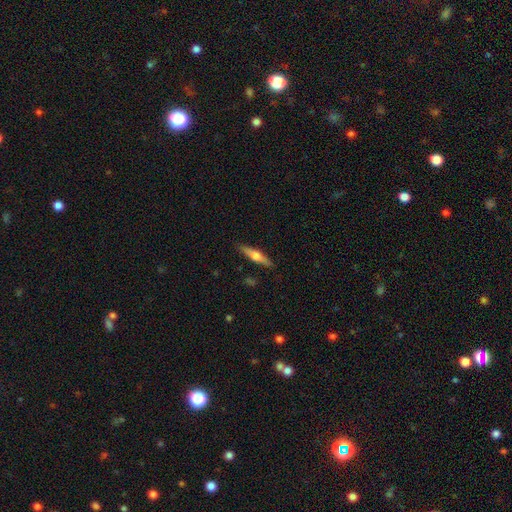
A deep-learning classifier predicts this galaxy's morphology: Smooth or featured: featured or disk — 50% (smooth — 44%)
Edge-on disk: yes — 94% (no — 6%)
Merging: none — 88% (minor disturbance — 9%)